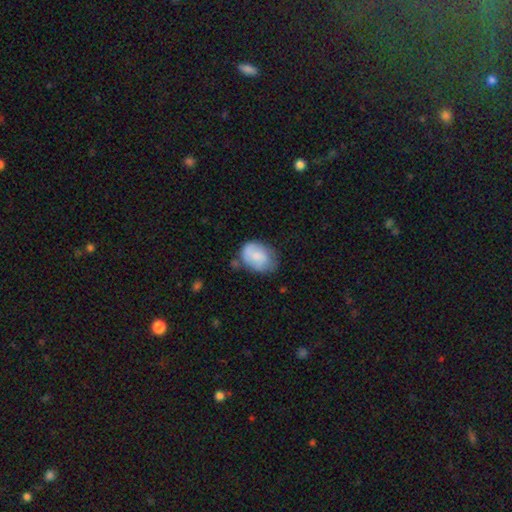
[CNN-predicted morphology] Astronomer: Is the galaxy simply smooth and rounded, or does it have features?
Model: smooth — 68%.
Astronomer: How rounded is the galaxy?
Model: in between — 70%.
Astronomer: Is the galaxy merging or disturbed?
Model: none — 50% (runner-up: minor disturbance, 32%).